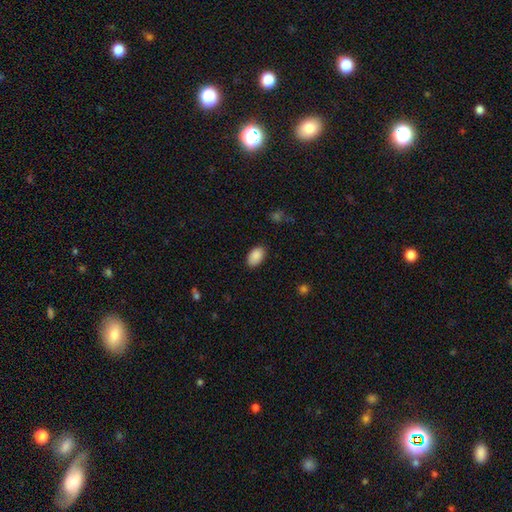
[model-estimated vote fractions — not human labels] Smooth or featured? smooth (89%)
How rounded? in between (93%)
Merging? none (85%)